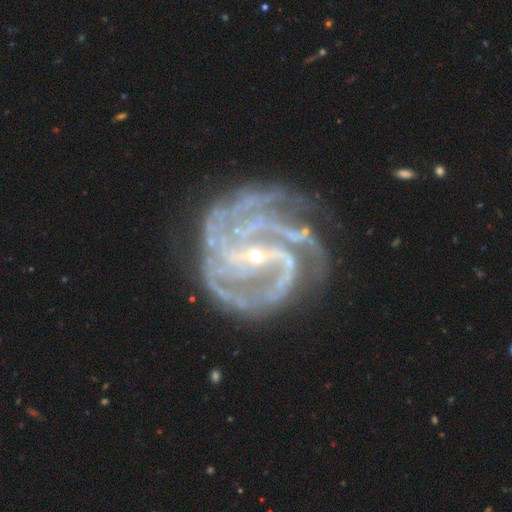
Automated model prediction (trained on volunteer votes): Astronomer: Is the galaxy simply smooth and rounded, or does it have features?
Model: featured or disk — 91%.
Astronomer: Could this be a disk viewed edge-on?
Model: no — 98%.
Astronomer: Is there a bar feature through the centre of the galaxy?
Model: strong — 41% (runner-up: weak, 34%).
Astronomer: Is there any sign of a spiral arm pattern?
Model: yes — 98%.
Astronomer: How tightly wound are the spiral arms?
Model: medium — 46% (runner-up: tight, 44%).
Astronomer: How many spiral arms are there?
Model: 3 — 27% (runner-up: 2, 22%).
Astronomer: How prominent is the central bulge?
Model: small — 85%.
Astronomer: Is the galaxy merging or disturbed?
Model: none — 59%.